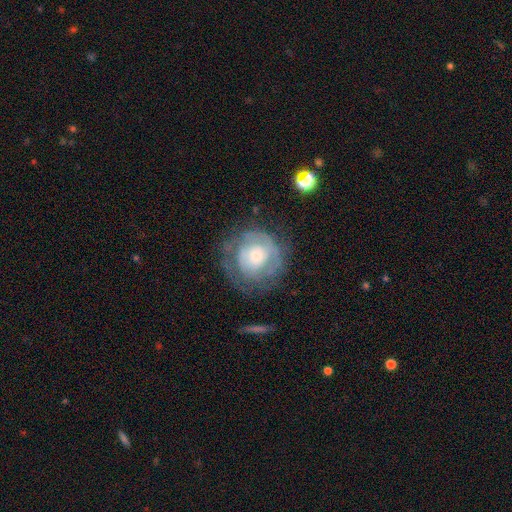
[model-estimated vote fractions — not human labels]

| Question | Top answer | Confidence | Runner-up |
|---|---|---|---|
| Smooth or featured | featured or disk | 62% | smooth (31%) |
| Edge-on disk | no | 97% | yes (3%) |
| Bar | no | 78% | weak (18%) |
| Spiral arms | yes | 63% | no (37%) |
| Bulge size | moderate | 43% | small (40%) |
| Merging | none | 65% | minor disturbance (20%) |